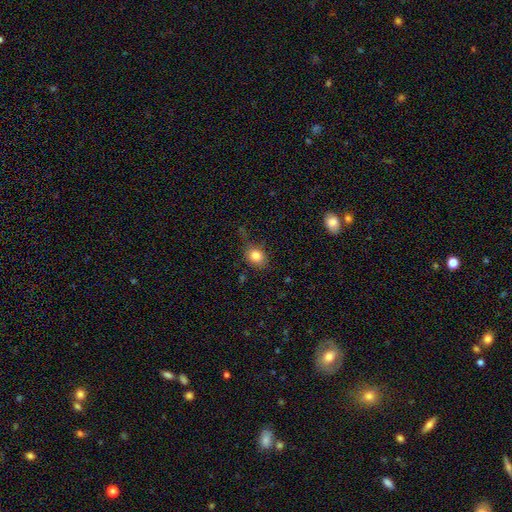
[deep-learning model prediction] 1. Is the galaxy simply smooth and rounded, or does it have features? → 82% smooth, 10% star or artifact, 7% featured or disk.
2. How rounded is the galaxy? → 58% round, 41% in between, 1% cigar-shaped.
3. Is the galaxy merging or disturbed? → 69% none, 21% minor disturbance, 7% major disturbance, 3% merger.